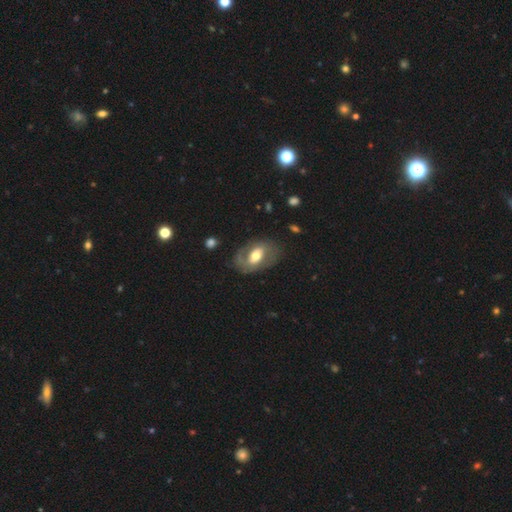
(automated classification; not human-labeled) smooth_or_featured: featured or disk (p=0.67) [alt: smooth p=0.27]
disk_edge_on: no (p=0.95) [alt: yes p=0.05]
bar: weak (p=0.40) [alt: no p=0.33]
has_spiral_arms: yes (p=0.71) [alt: no p=0.29]
bulge_size: moderate (p=0.67) [alt: large p=0.19]
merging: none (p=0.69) [alt: minor disturbance p=0.19]